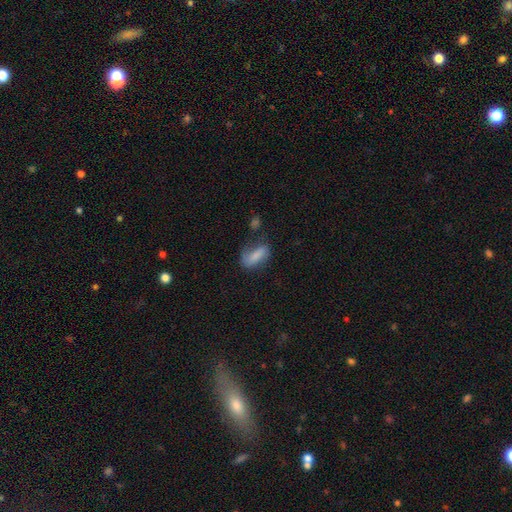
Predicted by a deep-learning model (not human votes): This appears to be a smooth galaxy with no disk features (66%) that is in between round and cigar-shaped (77%). Merging: none (46%).